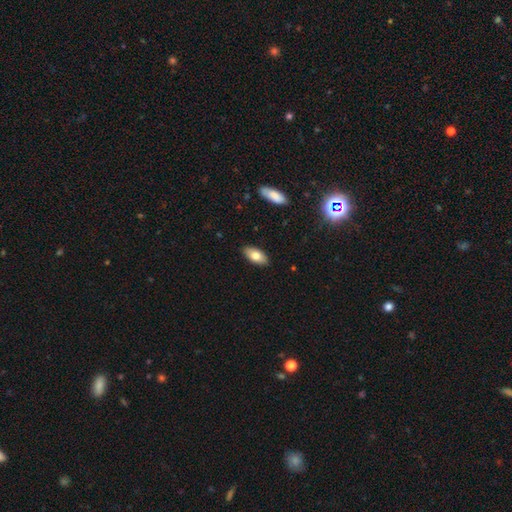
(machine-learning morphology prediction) Smooth or featured?
  - smooth: 77% *
  - featured or disk: 16%
  - star or artifact: 7%
How rounded?
  - in between: 92% *
  - cigar-shaped: 6%
  - round: 3%
Merging?
  - none: 88% *
  - minor disturbance: 9%
  - major disturbance: 2%
  - merger: 1%